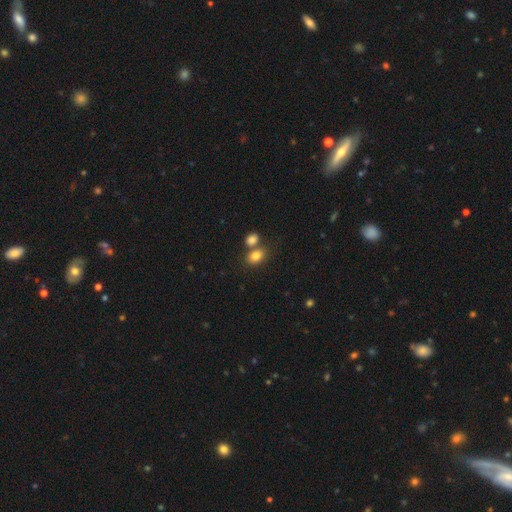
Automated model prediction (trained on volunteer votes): smooth_or_featured: smooth (p=0.82) [alt: star or artifact p=0.10]
how_rounded: in between (p=0.72) [alt: round p=0.26]
merging: none (p=0.49) [alt: merger p=0.37]